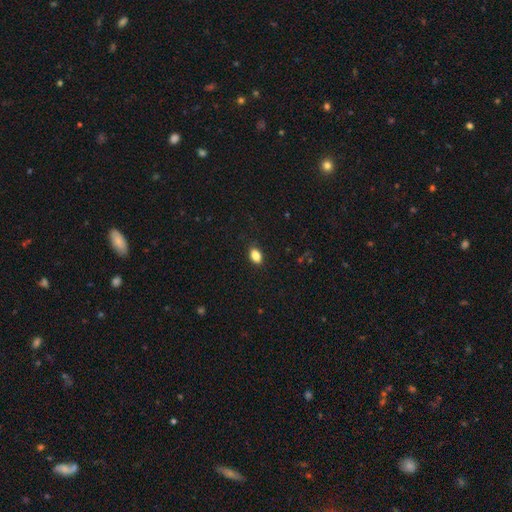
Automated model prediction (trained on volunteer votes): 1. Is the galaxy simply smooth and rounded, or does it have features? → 85% smooth, 9% star or artifact, 6% featured or disk.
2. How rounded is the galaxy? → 86% in between, 11% round, 2% cigar-shaped.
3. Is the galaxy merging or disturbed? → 86% none, 11% minor disturbance, 2% major disturbance, 1% merger.